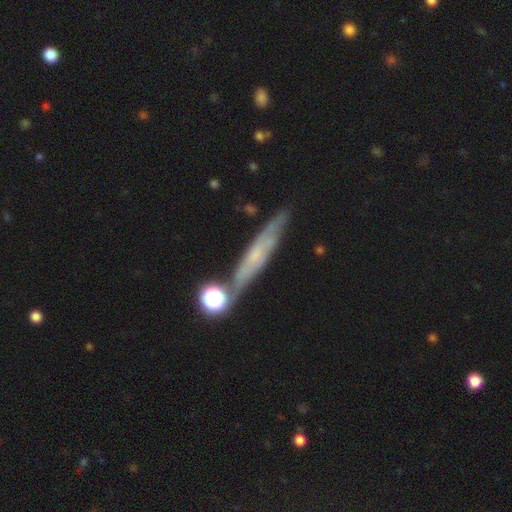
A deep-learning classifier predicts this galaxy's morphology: Smooth or featured? featured or disk (57%)
Edge-on disk? yes (76%)
Merging? none (73%)